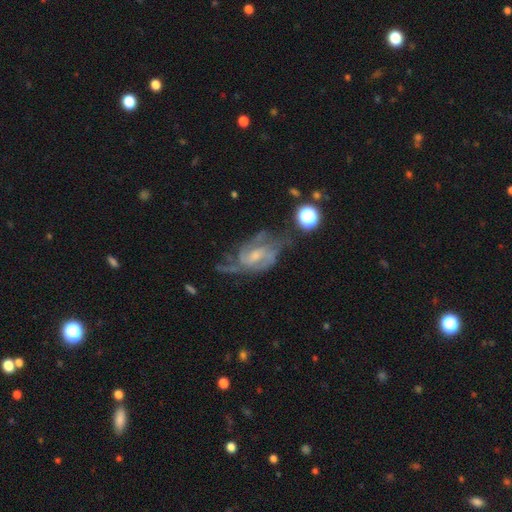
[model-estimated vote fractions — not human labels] This is clearly a featured or disk galaxy (82%). It is clearly not viewed edge-on (96%). Bar: possibly weak (50%). Spiral arm pattern: clearly yes (91%). Spiral arm count: marginally 2 (38%). Spiral winding: possibly medium (48%). Central bulge: possibly small (47%). Merging: possibly none (47%).